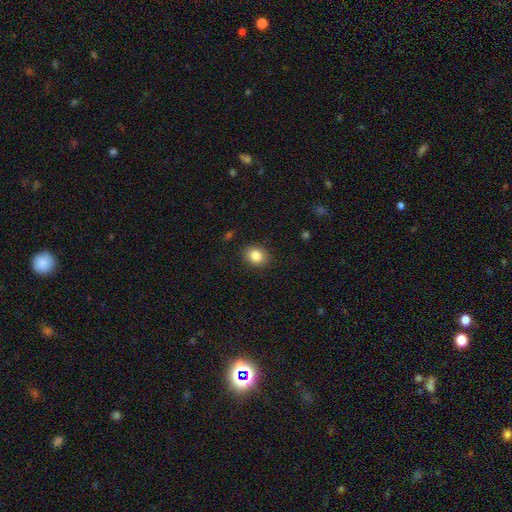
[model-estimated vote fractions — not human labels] smooth_or_featured: smooth (p=0.84) [alt: star or artifact p=0.09]
how_rounded: round (p=0.51) [alt: in between p=0.48]
merging: none (p=0.88) [alt: minor disturbance p=0.08]